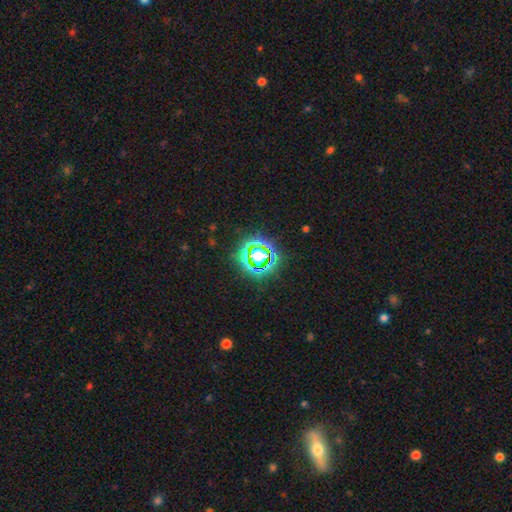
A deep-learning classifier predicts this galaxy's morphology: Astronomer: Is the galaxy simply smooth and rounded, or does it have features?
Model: star or artifact — 69%.